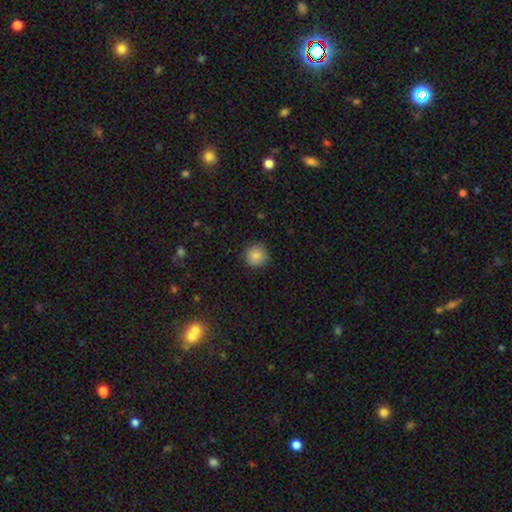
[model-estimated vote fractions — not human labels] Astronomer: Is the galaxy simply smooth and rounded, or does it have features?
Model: smooth — 84%.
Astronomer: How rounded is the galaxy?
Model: round — 94%.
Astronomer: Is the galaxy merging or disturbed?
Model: none — 89%.